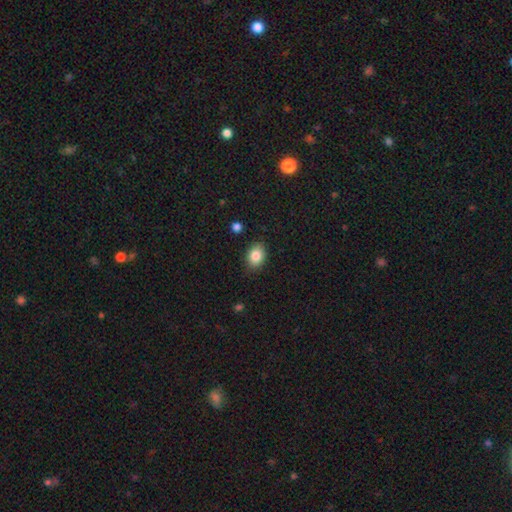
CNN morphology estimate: Smooth or featured?
  - smooth: 84% *
  - star or artifact: 9%
  - featured or disk: 7%
How rounded?
  - in between: 65% *
  - round: 34%
  - cigar-shaped: 1%
Merging?
  - none: 86% *
  - minor disturbance: 11%
  - major disturbance: 2%
  - merger: 1%